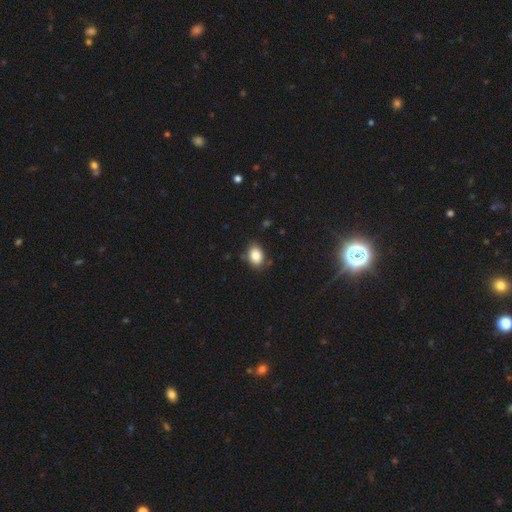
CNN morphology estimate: Smooth or featured?
  - smooth: 85% *
  - star or artifact: 9%
  - featured or disk: 7%
How rounded?
  - in between: 75% *
  - round: 24%
  - cigar-shaped: 1%
Merging?
  - none: 79% *
  - minor disturbance: 16%
  - major disturbance: 3%
  - merger: 2%